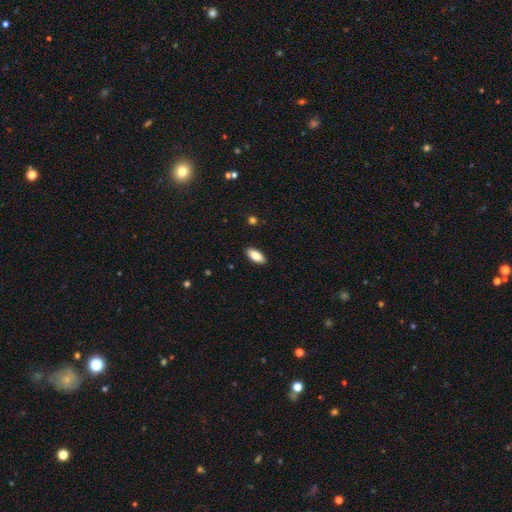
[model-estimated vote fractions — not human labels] Smooth or featured: smooth — 83% (featured or disk — 11%)
How rounded: in between — 87% (cigar-shaped — 11%)
Merging: none — 90% (minor disturbance — 8%)